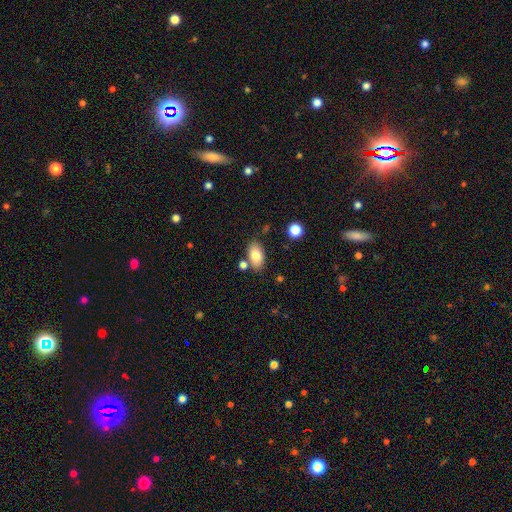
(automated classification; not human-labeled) This appears to be a smooth galaxy with no disk features (80%) that is in between round and cigar-shaped (92%). Merging: none (77%).